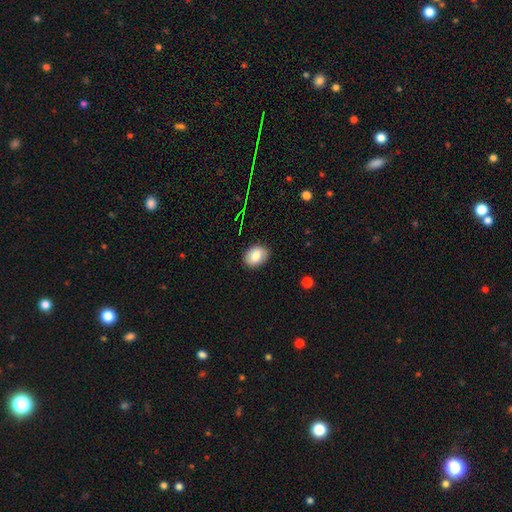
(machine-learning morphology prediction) Smooth or featured: smooth — 81% (featured or disk — 10%)
How rounded: in between — 73% (round — 26%)
Merging: none — 86% (minor disturbance — 11%)